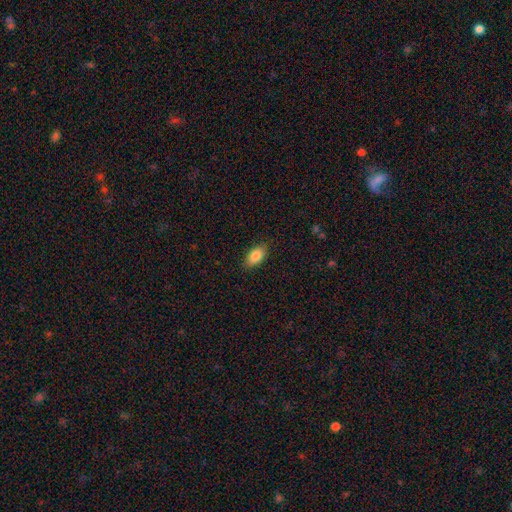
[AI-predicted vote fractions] Morphology: type=smooth (85%); roundness=in between (91%); merging=none (87%).